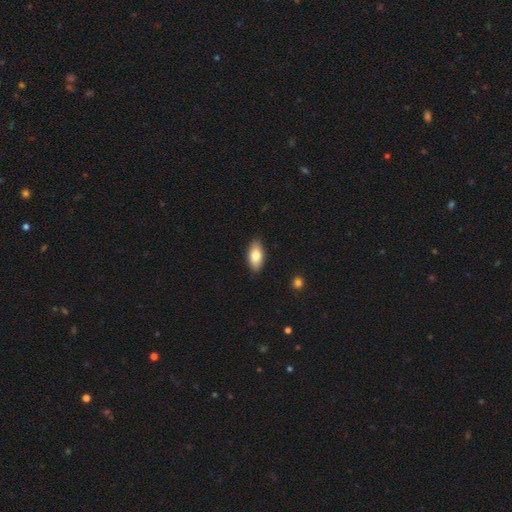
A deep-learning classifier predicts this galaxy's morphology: Smooth or featured?
  - smooth: 80% *
  - featured or disk: 14%
  - star or artifact: 6%
How rounded?
  - in between: 90% *
  - cigar-shaped: 7%
  - round: 3%
Merging?
  - none: 88% *
  - minor disturbance: 9%
  - major disturbance: 2%
  - merger: 1%